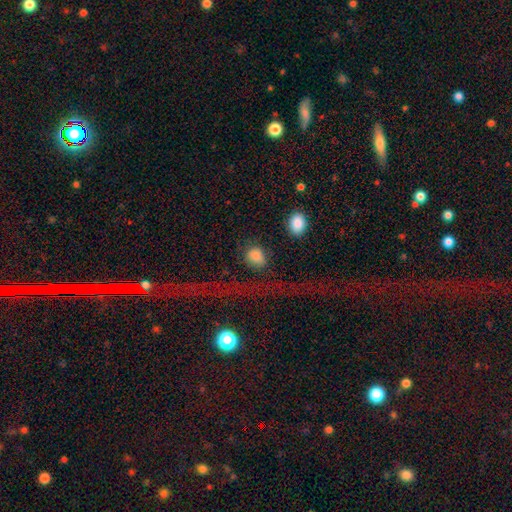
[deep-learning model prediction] Smooth or featured?
  - smooth: 81% *
  - star or artifact: 11%
  - featured or disk: 8%
How rounded?
  - round: 61% *
  - in between: 37%
  - cigar-shaped: 2%
Merging?
  - none: 65% *
  - major disturbance: 14%
  - minor disturbance: 13%
  - merger: 8%